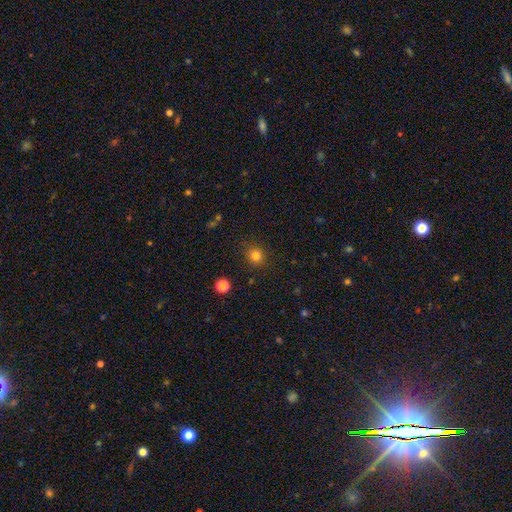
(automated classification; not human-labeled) A smooth galaxy with no disk features (81%) that is round (89%). Merging: none (88%).